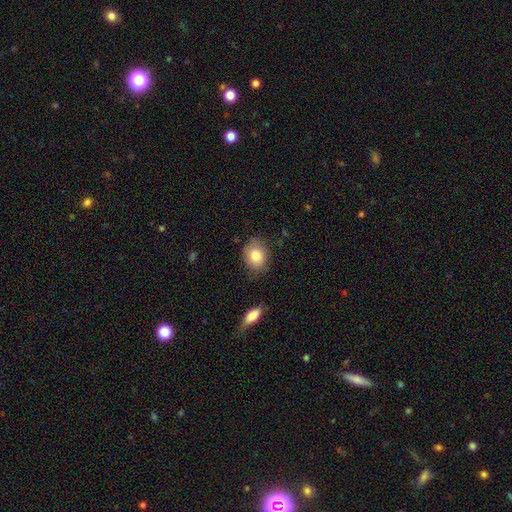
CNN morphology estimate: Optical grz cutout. It shows a smooth galaxy with no disk features (83%) that is round (56%). Merging: none (78%).